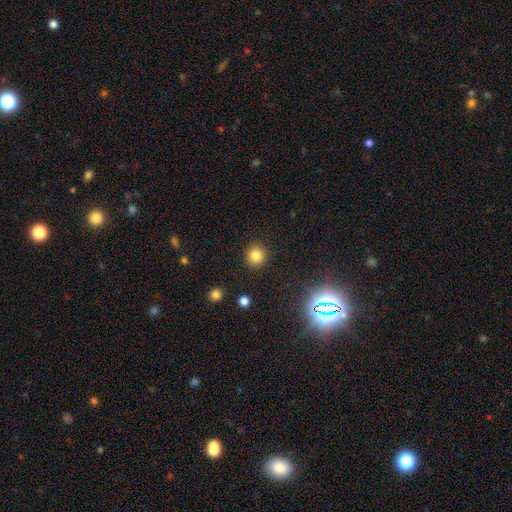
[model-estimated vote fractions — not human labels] Overall: smooth (81%). How rounded: round (91%). Merging: none (91%).